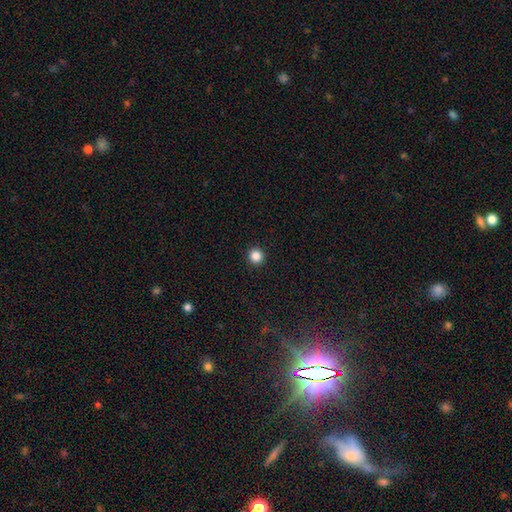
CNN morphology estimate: The model was most divided on "smooth or featured": smooth: 85%, star or artifact: 11%, featured or disk: 3%. More confident: how rounded — round (96%); merging — none (94%).